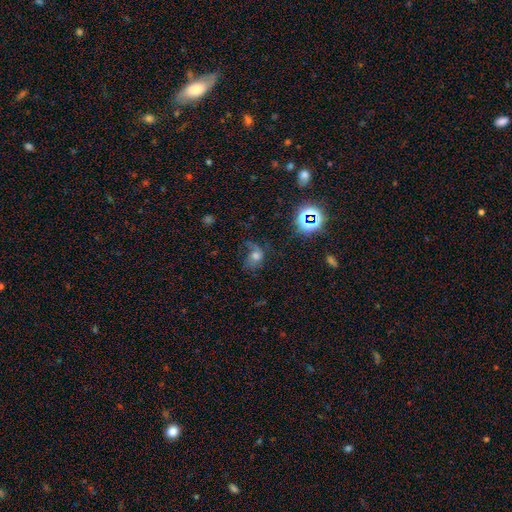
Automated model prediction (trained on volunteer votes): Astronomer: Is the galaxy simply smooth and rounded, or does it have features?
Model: smooth — 46% (runner-up: featured or disk, 29%).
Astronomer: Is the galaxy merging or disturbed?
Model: none — 37% (runner-up: major disturbance, 35%).